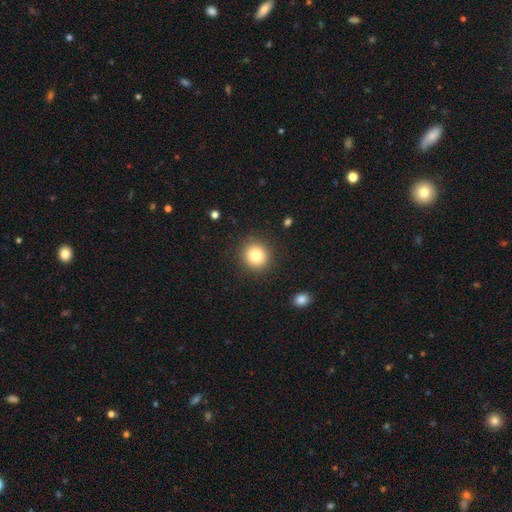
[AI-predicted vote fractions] The model was most divided on "smooth or featured": smooth: 80%, star or artifact: 11%, featured or disk: 9%. More confident: how rounded — round (90%); merging — none (89%).